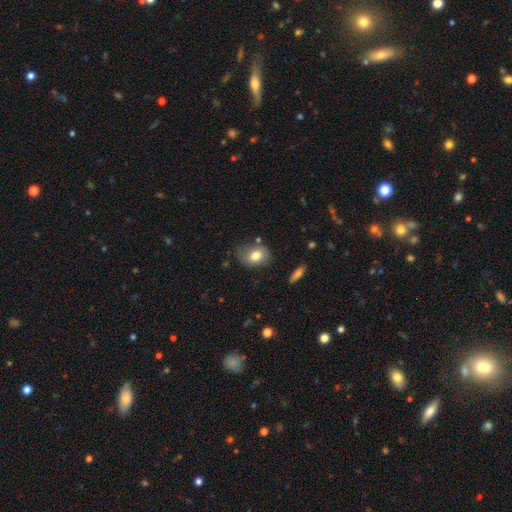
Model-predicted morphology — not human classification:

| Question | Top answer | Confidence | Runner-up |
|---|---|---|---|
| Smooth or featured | smooth | 77% | featured or disk (14%) |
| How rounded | in between | 68% | round (31%) |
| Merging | none | 66% | minor disturbance (24%) |